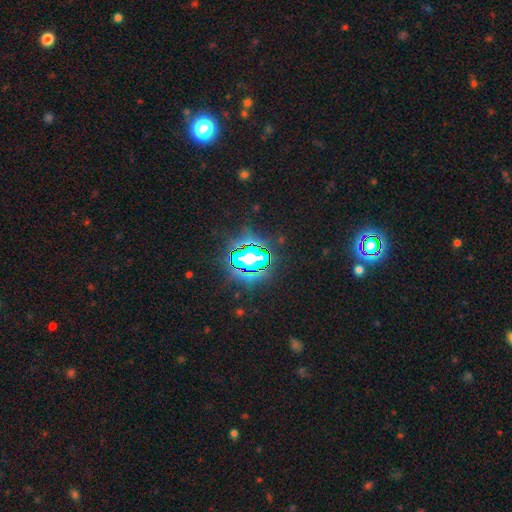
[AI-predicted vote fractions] Morphology: type=star or artifact (82%).